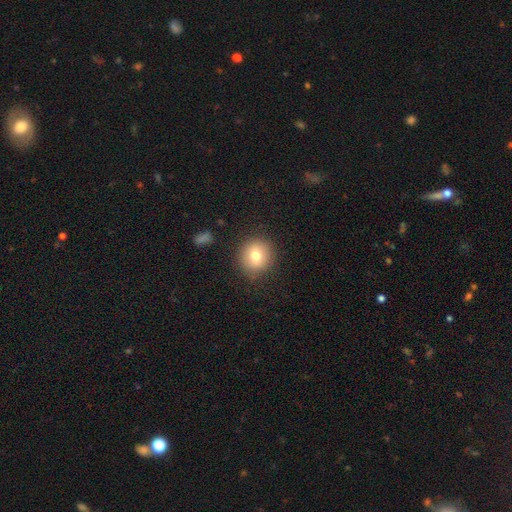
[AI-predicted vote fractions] The model was most divided on "smooth or featured": smooth: 75%, featured or disk: 14%, star or artifact: 11%. More confident: how rounded — round (90%); merging — none (87%).